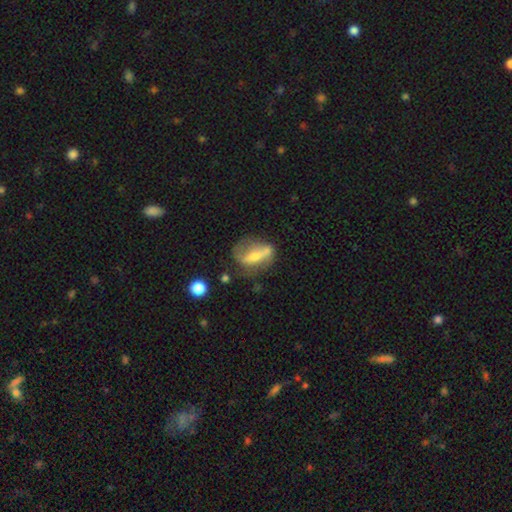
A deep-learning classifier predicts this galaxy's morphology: type=featured or disk (54%); edge-on=no (84%); merging=none (41%).